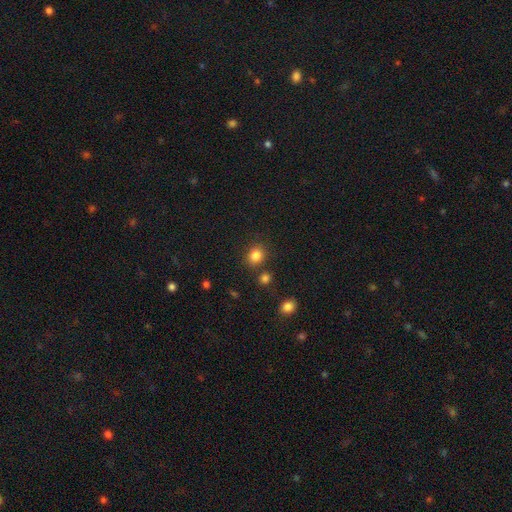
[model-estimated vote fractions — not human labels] Smooth or featured?
  - smooth: 83% *
  - star or artifact: 12%
  - featured or disk: 5%
How rounded?
  - round: 72% *
  - in between: 27%
  - cigar-shaped: 1%
Merging?
  - none: 80% *
  - minor disturbance: 10%
  - merger: 7%
  - major disturbance: 3%